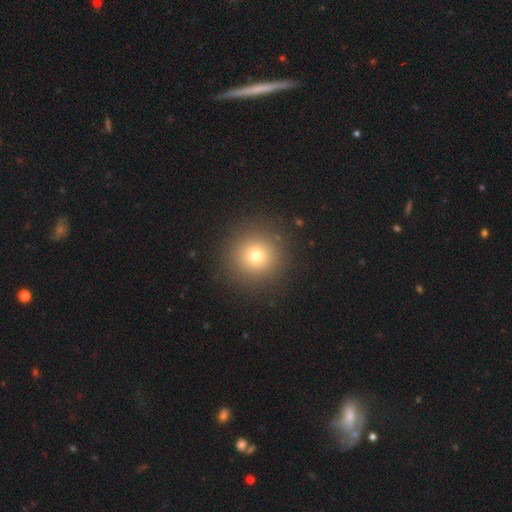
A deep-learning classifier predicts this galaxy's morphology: Smooth or featured: smooth — 74% (star or artifact — 17%)
How rounded: round — 95% (in between — 4%)
Merging: none — 91% (minor disturbance — 5%)